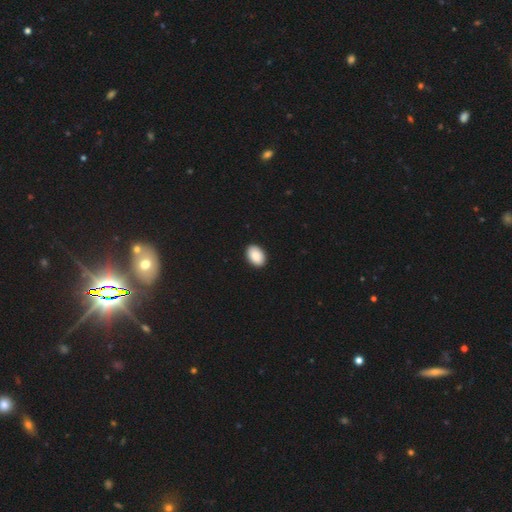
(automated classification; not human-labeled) smooth 90%, star or artifact 6%, featured or disk 3%. Down the decision tree: how rounded — in between (88%); merging — none (92%).